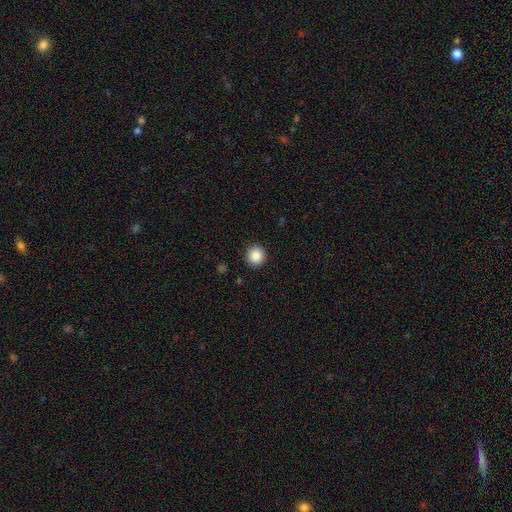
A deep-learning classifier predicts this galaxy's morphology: Overall: smooth (87%). How rounded: round (95%). Merging: none (92%).